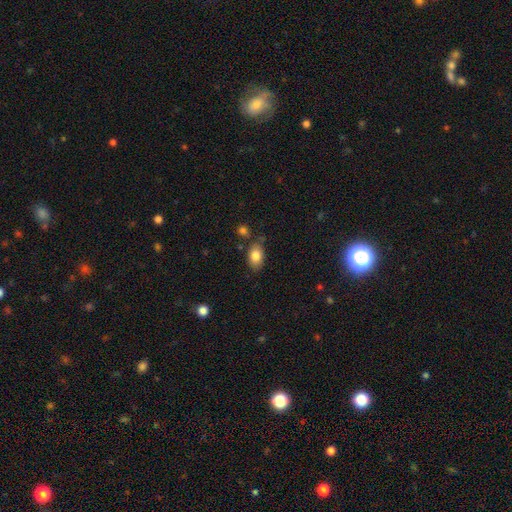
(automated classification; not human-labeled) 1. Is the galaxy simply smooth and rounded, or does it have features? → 83% smooth, 10% featured or disk, 8% star or artifact.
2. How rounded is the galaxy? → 89% in between, 9% round, 2% cigar-shaped.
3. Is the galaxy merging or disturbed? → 74% none, 17% minor disturbance, 6% merger, 3% major disturbance.